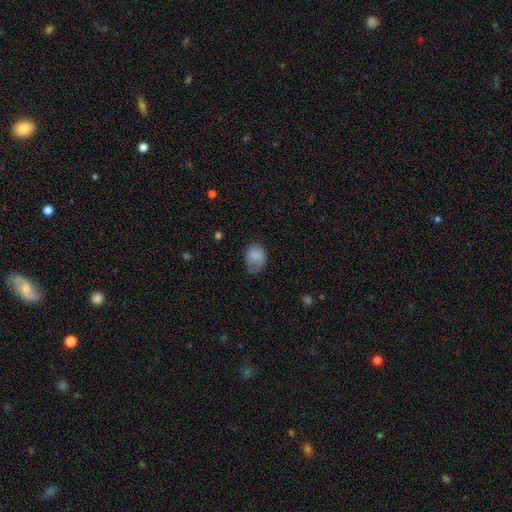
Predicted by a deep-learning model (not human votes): Smooth or featured? Predicted: smooth (p=0.79). How rounded? Predicted: in between (p=0.57). Merging? Predicted: none (p=0.47).